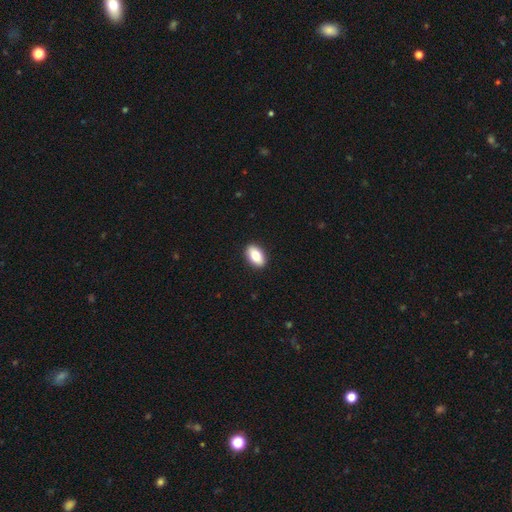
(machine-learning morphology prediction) A smooth galaxy with no disk features (79%) that is in between round and cigar-shaped (90%).

Vote fractions:
- Smooth or featured? smooth: 79% / featured or disk: 14% / star or artifact: 7%
- How rounded? in between: 90% / round: 6% / cigar-shaped: 3%
- Merging? none: 90% / minor disturbance: 7% / major disturbance: 2% / merger: 1%